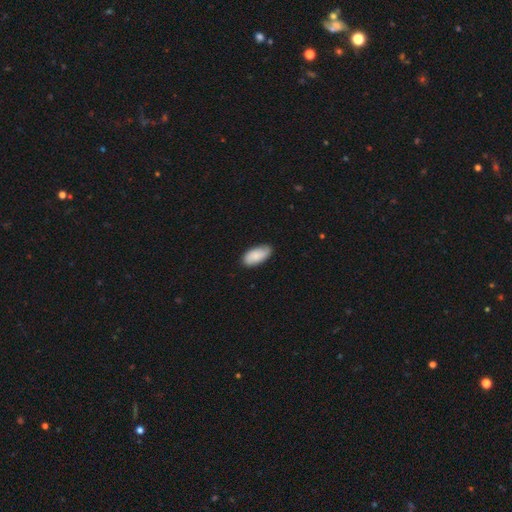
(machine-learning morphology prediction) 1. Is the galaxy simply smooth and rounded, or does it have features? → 83% smooth, 12% featured or disk, 6% star or artifact.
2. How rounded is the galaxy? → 93% in between, 5% cigar-shaped, 2% round.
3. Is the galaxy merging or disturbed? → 83% none, 14% minor disturbance, 2% major disturbance, 1% merger.